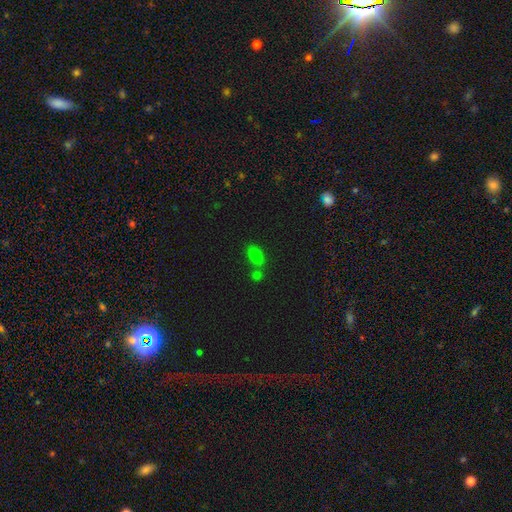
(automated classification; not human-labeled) This is likely a smooth galaxy (74%). How rounded: likely in between (75%). Merging: likely none (63%).